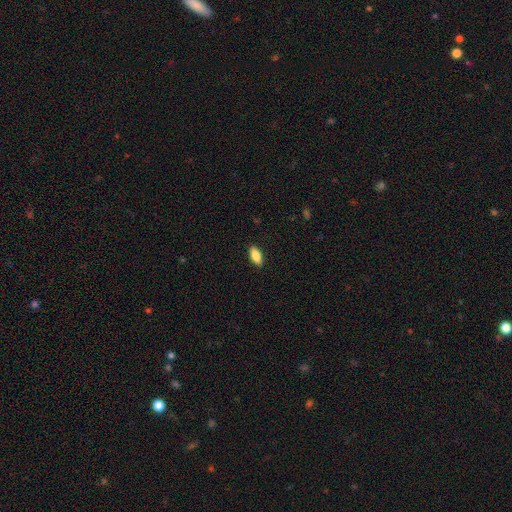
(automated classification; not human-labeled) This appears to be a smooth galaxy with no disk features (83%) that is in between round and cigar-shaped (85%). Merging: none (89%).